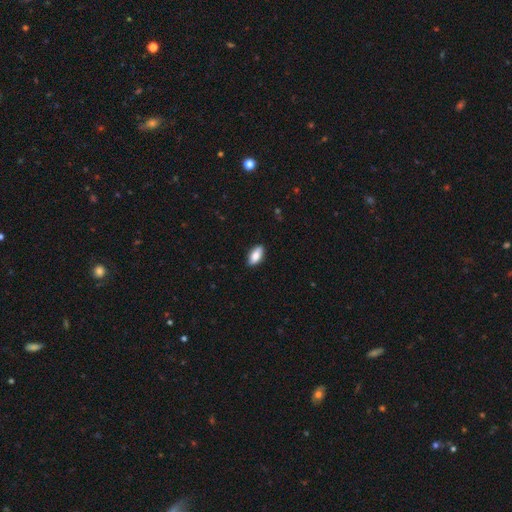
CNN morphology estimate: This is clearly a smooth galaxy (82%). How rounded: clearly in between (88%). Merging: clearly none (87%).